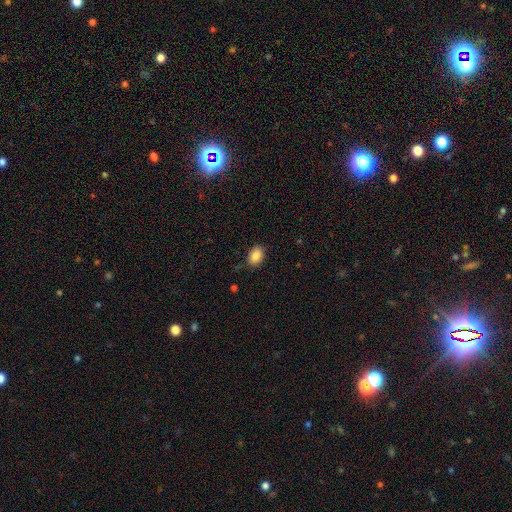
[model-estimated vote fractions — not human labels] A smooth galaxy with no disk features (86%) that is in between round and cigar-shaped (82%). Merging: none (83%).